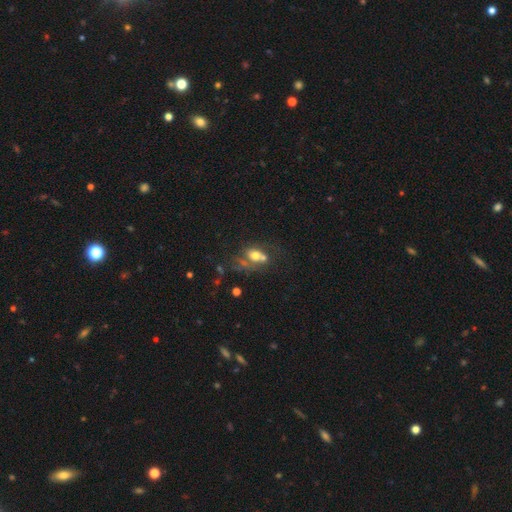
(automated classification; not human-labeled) smooth 60%, featured or disk 26%, star or artifact 14%. Down the decision tree: how rounded — in between (65%); merging — merger (43%).